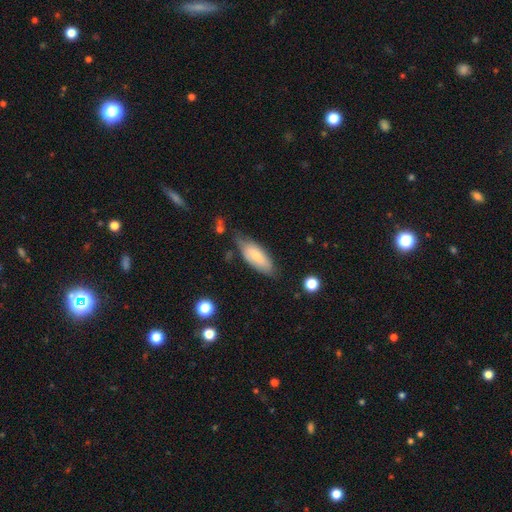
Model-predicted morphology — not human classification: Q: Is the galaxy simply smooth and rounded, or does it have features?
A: smooth — 70%.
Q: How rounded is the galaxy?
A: in between — 78%.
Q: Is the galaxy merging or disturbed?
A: none — 57%.